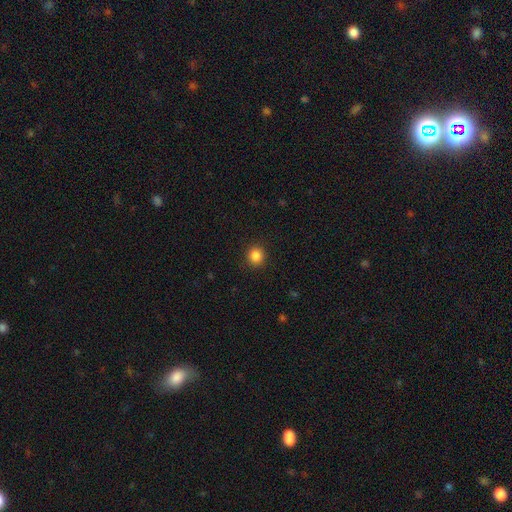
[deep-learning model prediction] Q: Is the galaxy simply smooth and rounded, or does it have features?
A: smooth — 85%.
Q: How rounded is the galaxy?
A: round — 90%.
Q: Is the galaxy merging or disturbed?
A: none — 92%.